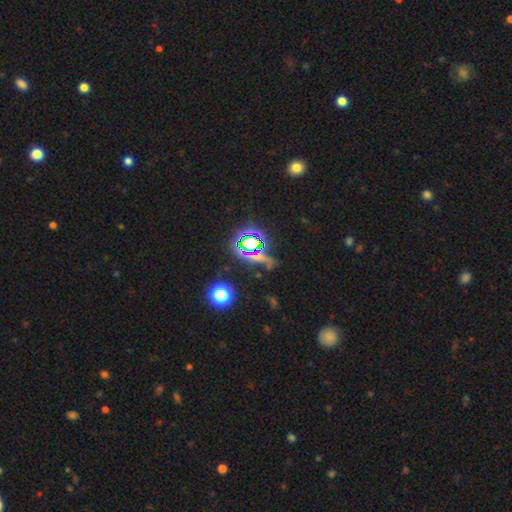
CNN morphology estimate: Overall: star or artifact (67%).